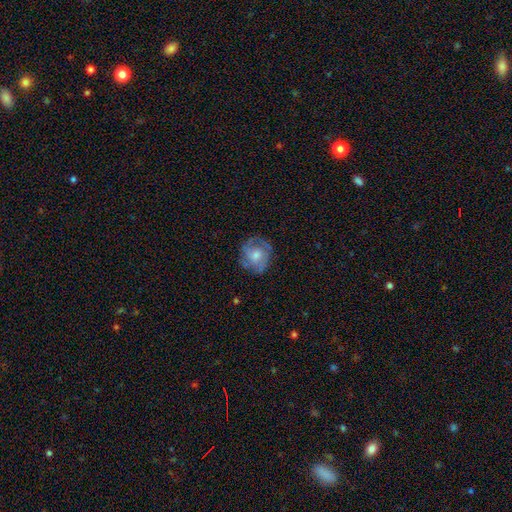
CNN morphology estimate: smooth-or-featured: featured or disk: 55% | smooth: 38% | star or artifact: 7%
  disk-edge-on: no: 97% | yes: 3%
    bar: no: 68% | weak: 28% | strong: 5%
    has-spiral-arms: yes: 77% | no: 23%
    bulge-size: moderate: 49% | small: 35% | large: 8% | none: 7% | dominant: 1%
  merging: none: 71% | minor disturbance: 19% | major disturbance: 9% | merger: 1%